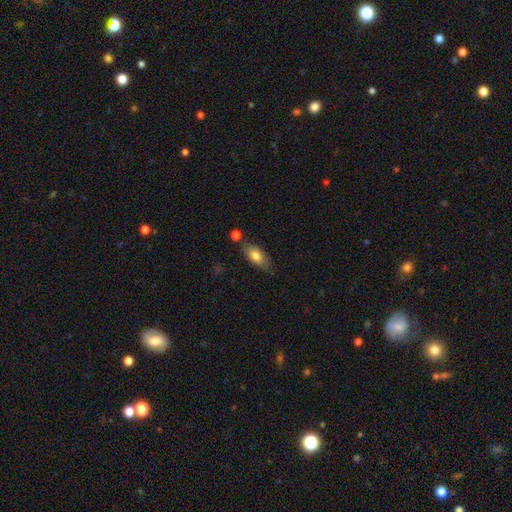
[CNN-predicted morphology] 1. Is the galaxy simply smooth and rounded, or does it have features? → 76% smooth, 17% featured or disk, 7% star or artifact.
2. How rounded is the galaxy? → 83% in between, 13% cigar-shaped, 4% round.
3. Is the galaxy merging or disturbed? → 69% none, 17% minor disturbance, 10% merger, 4% major disturbance.